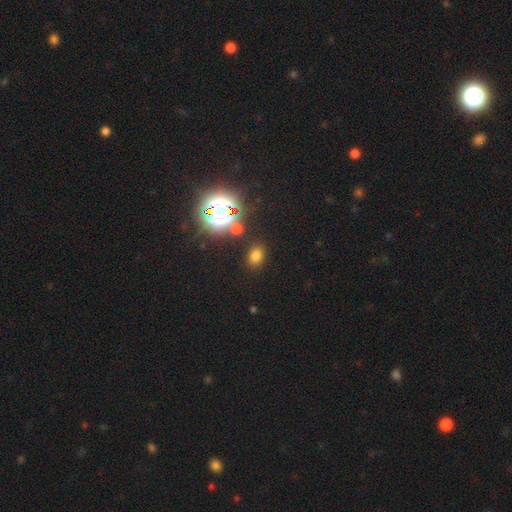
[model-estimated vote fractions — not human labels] This is likely a smooth galaxy (67%). How rounded: likely in between (61%). Merging: clearly none (84%).